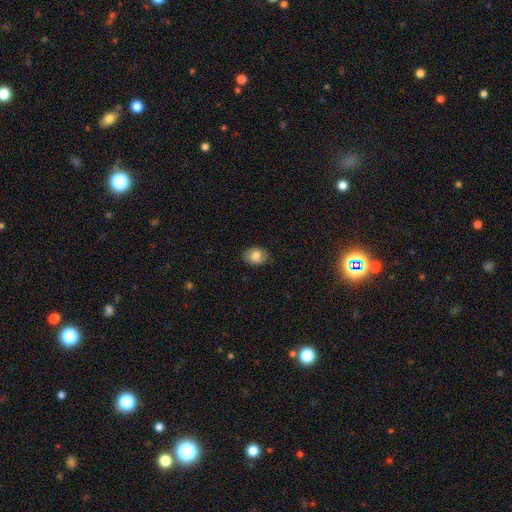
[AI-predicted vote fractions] Overall: smooth (83%). How rounded: in between (64%; round 35%). Merging: none (84%).